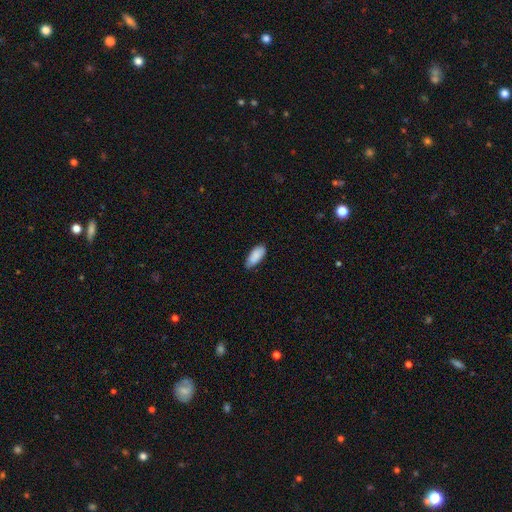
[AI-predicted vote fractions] The model was most divided on "merging": none: 74%, minor disturbance: 22%, major disturbance: 3%, merger: 1%. More confident: smooth or featured — smooth (88%); how rounded — in between (87%).